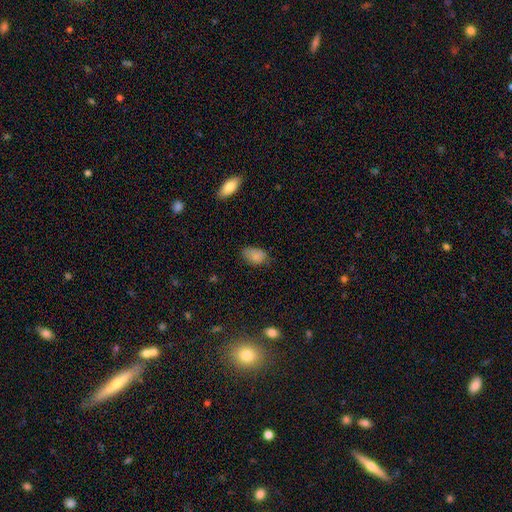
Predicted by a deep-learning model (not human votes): Overall: smooth (84%). How rounded: in between (89%). Merging: none (62%; minor disturbance 29%).